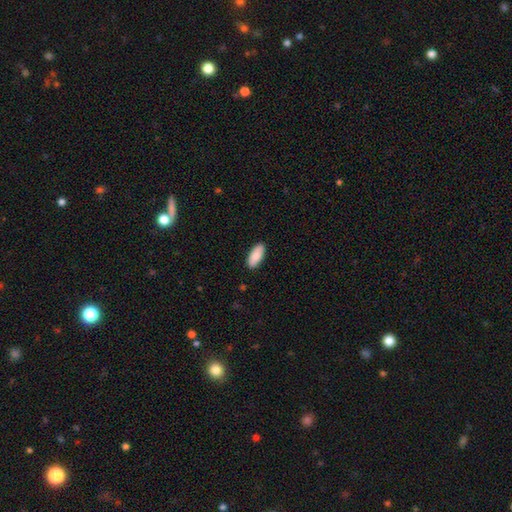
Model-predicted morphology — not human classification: smooth_or_featured: smooth (p=0.86) [alt: featured or disk p=0.08]
how_rounded: in between (p=0.86) [alt: cigar-shaped p=0.12]
merging: none (p=0.89) [alt: minor disturbance p=0.08]